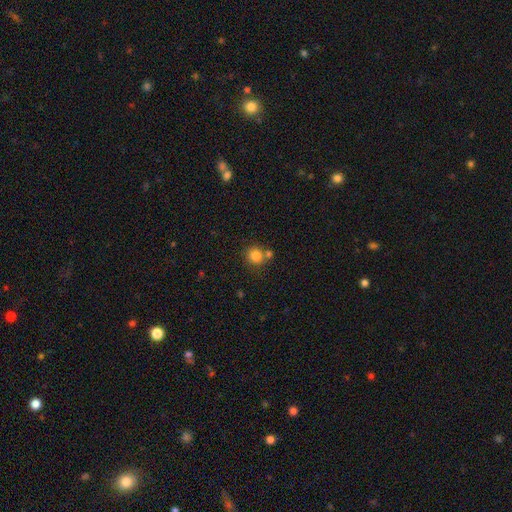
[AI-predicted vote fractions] A smooth galaxy with no disk features (83%) that is round (89%). Merging: none (66%).